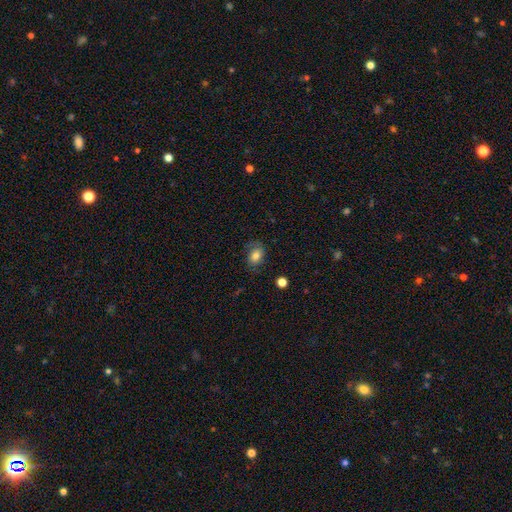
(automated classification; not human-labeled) smooth_or_featured: smooth (p=0.76) [alt: featured or disk p=0.14]
how_rounded: in between (p=0.67) [alt: round p=0.32]
merging: none (p=0.66) [alt: minor disturbance p=0.22]